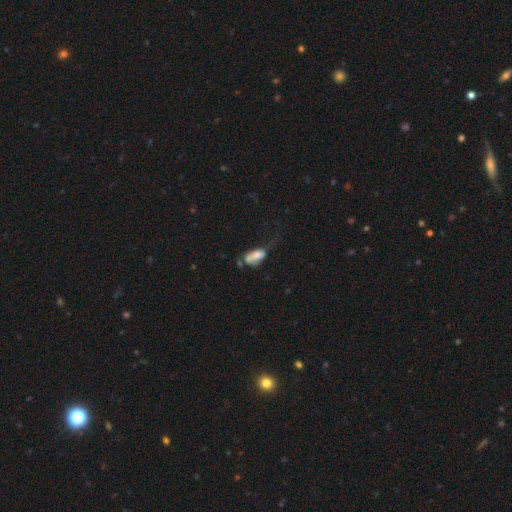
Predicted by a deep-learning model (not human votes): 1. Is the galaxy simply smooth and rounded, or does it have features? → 60% smooth, 30% featured or disk, 10% star or artifact.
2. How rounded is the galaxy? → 85% in between, 8% cigar-shaped, 7% round.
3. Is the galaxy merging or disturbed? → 32% major disturbance, 28% merger, 21% minor disturbance, 19% none.